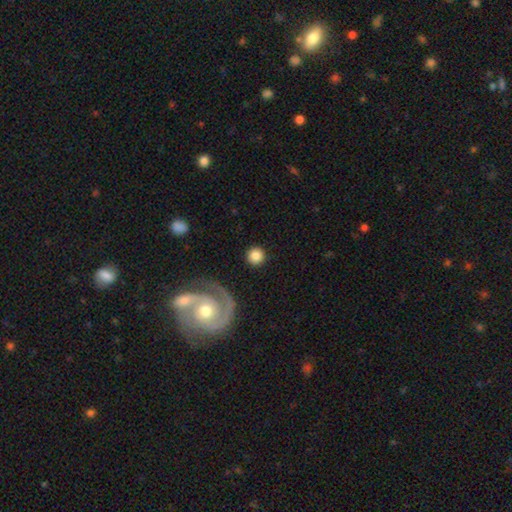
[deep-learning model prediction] smooth 80%, featured or disk 12%, star or artifact 8%. Down the decision tree: how rounded — round (95%); merging — none (89%).